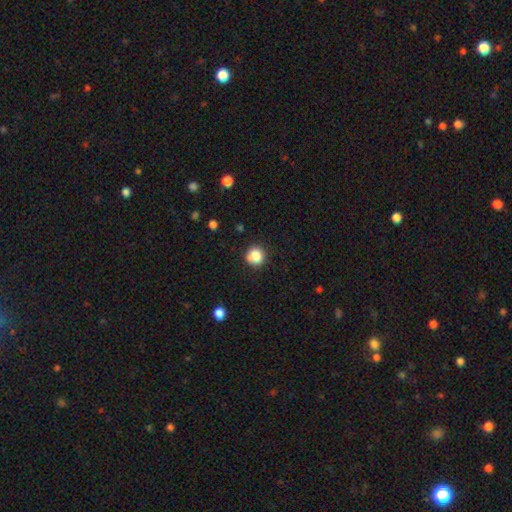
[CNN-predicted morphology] A smooth galaxy with no disk features (84%) that is round (87%).

Vote fractions:
- Smooth or featured? smooth: 84% / star or artifact: 10% / featured or disk: 6%
- How rounded? round: 87% / in between: 12% / cigar-shaped: 1%
- Merging? none: 79% / minor disturbance: 14% / major disturbance: 3% / merger: 3%